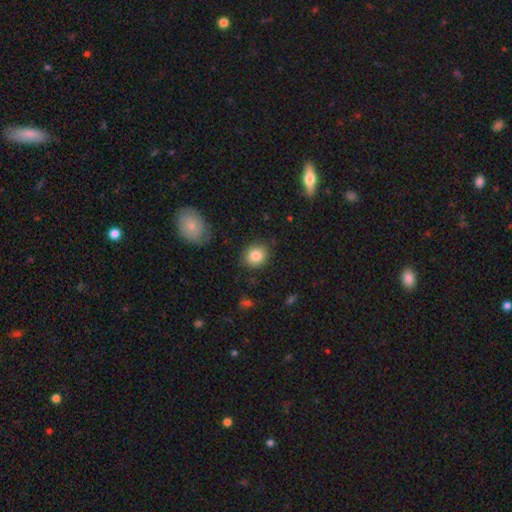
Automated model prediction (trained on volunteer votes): smooth-or-featured: smooth: 85% | star or artifact: 9% | featured or disk: 7%
  how-rounded: round: 75% | in between: 24% | cigar-shaped: 1%
  merging: none: 85% | minor disturbance: 10% | major disturbance: 3% | merger: 2%